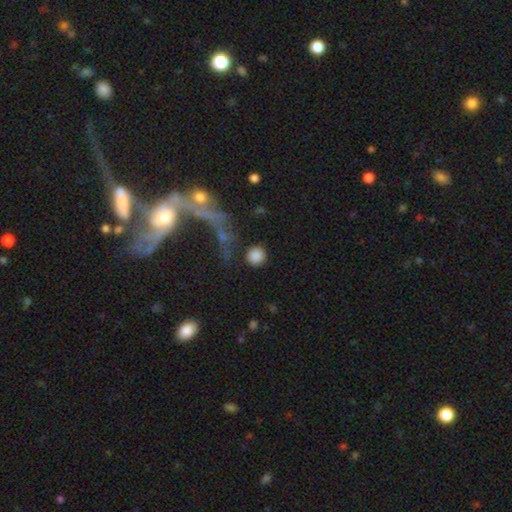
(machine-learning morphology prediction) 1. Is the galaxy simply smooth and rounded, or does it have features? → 85% smooth, 10% star or artifact, 5% featured or disk.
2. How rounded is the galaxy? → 92% round, 6% in between, 1% cigar-shaped.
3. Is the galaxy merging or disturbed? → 80% none, 9% minor disturbance, 5% merger, 5% major disturbance.